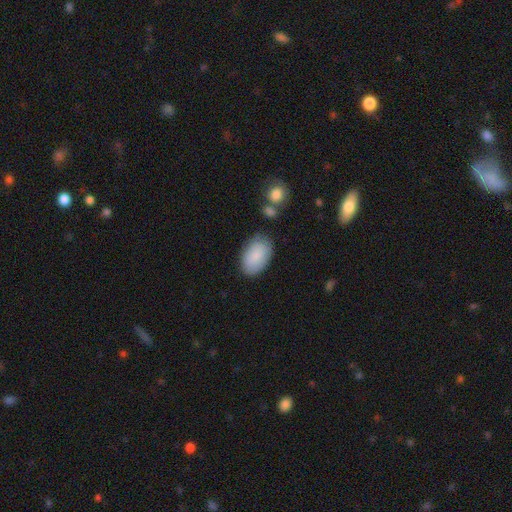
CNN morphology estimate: A smooth galaxy with no disk features (87%) that is in between round and cigar-shaped (93%).

Vote fractions:
- Smooth or featured? smooth: 87% / featured or disk: 7% / star or artifact: 6%
- How rounded? in between: 93% / round: 5% / cigar-shaped: 1%
- Merging? none: 80% / minor disturbance: 14% / major disturbance: 3% / merger: 3%